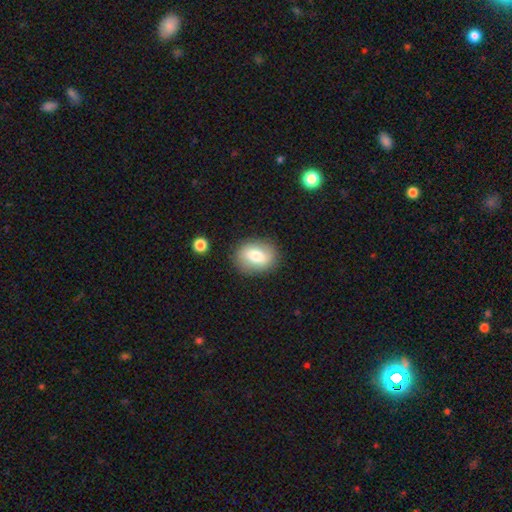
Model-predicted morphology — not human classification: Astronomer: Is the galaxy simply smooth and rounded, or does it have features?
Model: smooth — 74%.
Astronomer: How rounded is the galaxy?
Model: in between — 64%.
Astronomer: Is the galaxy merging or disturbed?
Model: none — 84%.